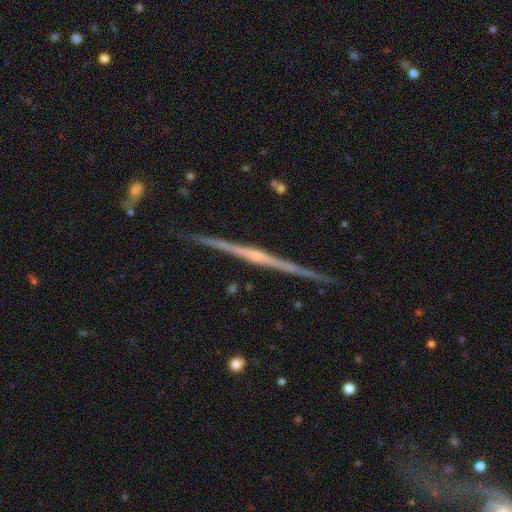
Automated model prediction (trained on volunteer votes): This appears to be a featured or disk galaxy (85%) viewed edge-on (99%) with a rounded central bulge (55%). Merging: none (92%).